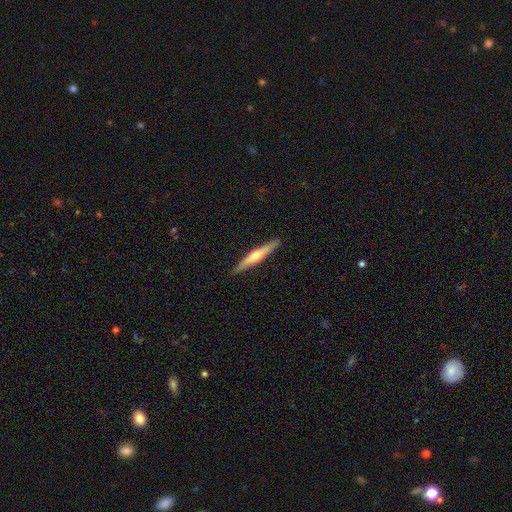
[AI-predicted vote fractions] Overall: featured or disk (59%; smooth 36%). Edge-on disk: yes (97%). Edge-on bulge: rounded (85%). Merging: none (91%).